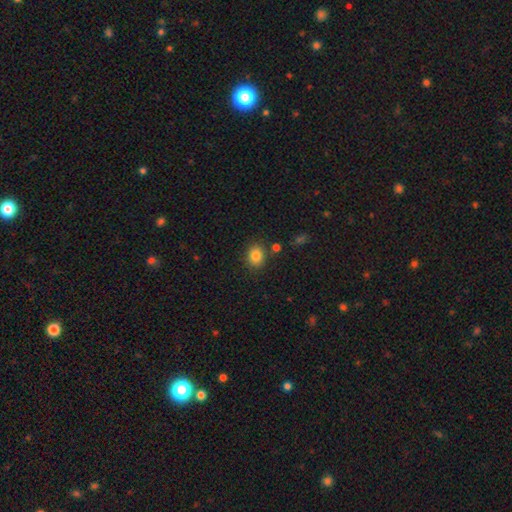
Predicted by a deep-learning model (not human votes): A smooth galaxy with no disk features (83%) that is round (61%).

Vote fractions:
- Smooth or featured? smooth: 83% / star or artifact: 10% / featured or disk: 6%
- How rounded? round: 61% / in between: 38% / cigar-shaped: 1%
- Merging? none: 82% / minor disturbance: 10% / merger: 5% / major disturbance: 3%